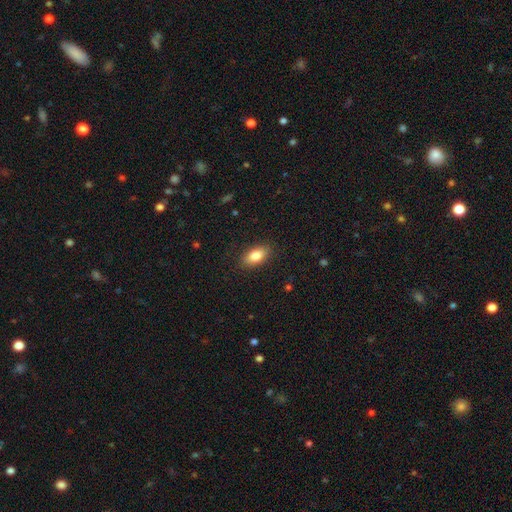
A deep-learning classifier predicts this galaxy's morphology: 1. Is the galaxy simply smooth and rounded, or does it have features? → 83% smooth, 10% featured or disk, 7% star or artifact.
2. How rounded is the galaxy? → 91% in between, 5% round, 5% cigar-shaped.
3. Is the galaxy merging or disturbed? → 88% none, 9% minor disturbance, 2% major disturbance, 1% merger.